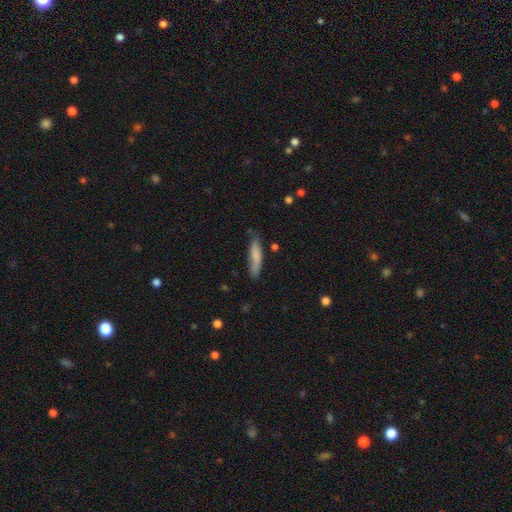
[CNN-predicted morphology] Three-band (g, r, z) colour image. It shows a smooth galaxy with no disk features (77%) that is cigar-shaped (75%). Merging: none (70%).